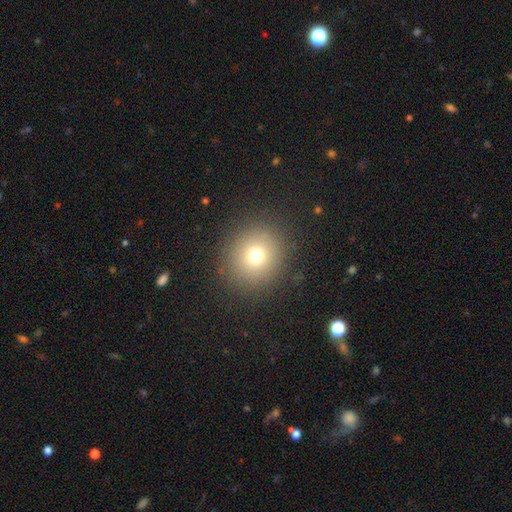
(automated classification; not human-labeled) Overall: smooth (73%). How rounded: round (87%). Merging: none (89%).